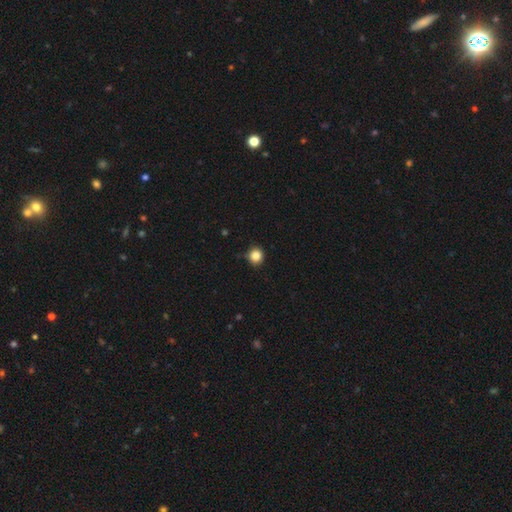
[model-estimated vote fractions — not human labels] Smooth or featured: smooth — 85% (star or artifact — 11%)
How rounded: round — 90% (in between — 9%)
Merging: none — 85% (minor disturbance — 12%)